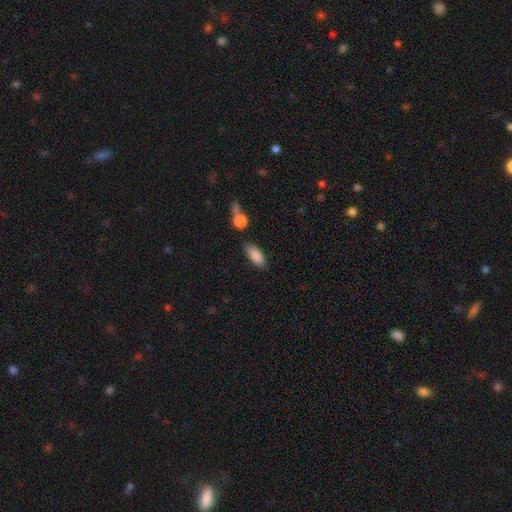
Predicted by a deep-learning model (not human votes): Overall: smooth (87%). How rounded: in between (83%). Merging: none (77%).